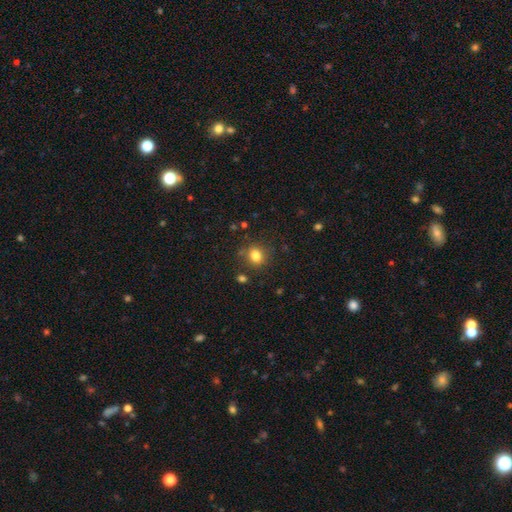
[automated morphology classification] This appears to be a smooth galaxy with no disk features (81%) that is round (72%). Merging: none (82%).